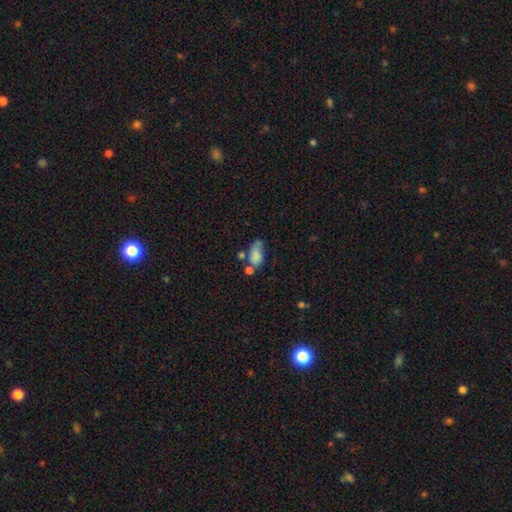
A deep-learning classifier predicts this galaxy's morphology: Overall: smooth (75%). How rounded: in between (89%). Merging: none (32%; merger 28%).